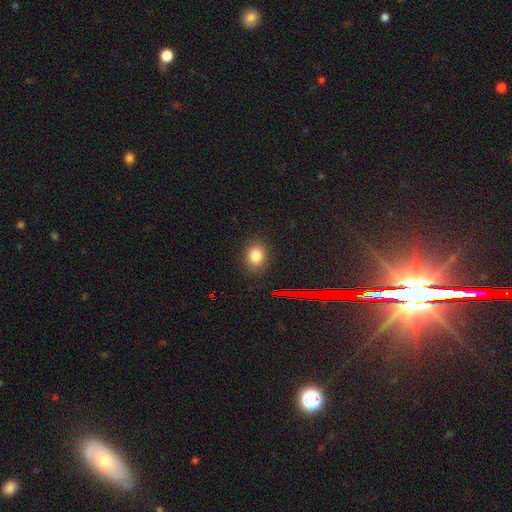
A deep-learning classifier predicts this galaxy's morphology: The model was most divided on "how rounded": round: 56%, in between: 43%, cigar-shaped: 1%. More confident: merging — none (87%); smooth or featured — smooth (80%).